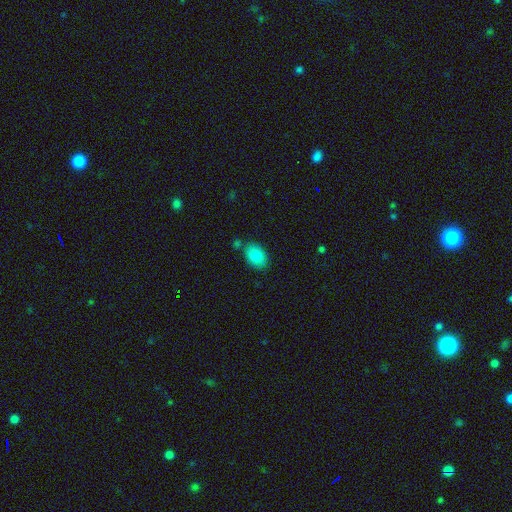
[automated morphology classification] smooth-or-featured: smooth: 85% | featured or disk: 8% | star or artifact: 8%
  how-rounded: in between: 84% | round: 15% | cigar-shaped: 1%
  merging: none: 77% | minor disturbance: 13% | merger: 7% | major disturbance: 3%